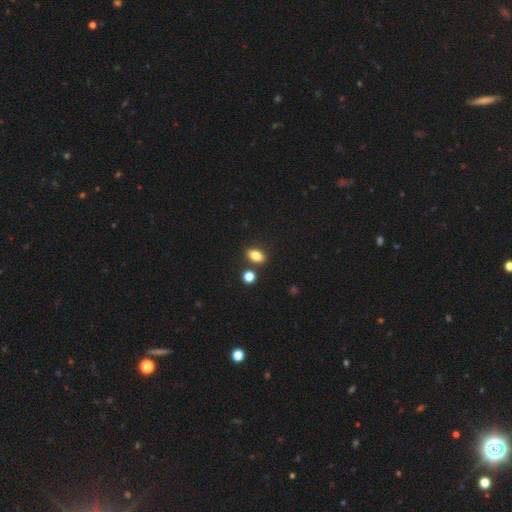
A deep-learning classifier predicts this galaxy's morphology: The model was most divided on "how rounded": in between: 83%, round: 13%, cigar-shaped: 5%. More confident: smooth or featured — smooth (81%); merging — none (80%).